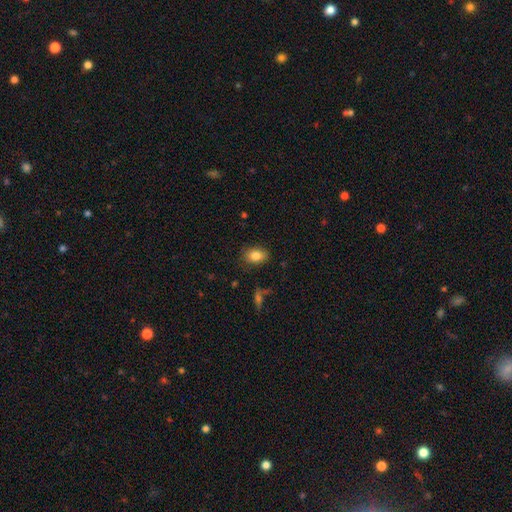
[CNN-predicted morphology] Q: Smooth or featured?
A: smooth (82%); runner-up: star or artifact (9%)
Q: How rounded?
A: in between (78%); runner-up: round (20%)
Q: Merging?
A: none (82%); runner-up: minor disturbance (14%)